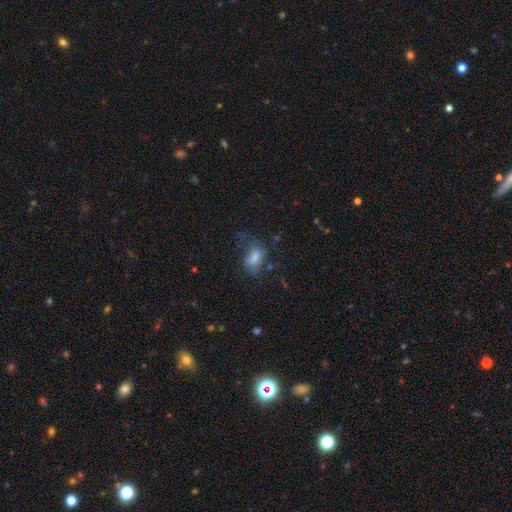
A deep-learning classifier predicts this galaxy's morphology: Smooth or featured?
  - smooth: 59% *
  - featured or disk: 26%
  - star or artifact: 14%
How rounded?
  - in between: 84% *
  - round: 12%
  - cigar-shaped: 4%
Merging?
  - none: 43% *
  - major disturbance: 29%
  - minor disturbance: 25%
  - merger: 4%